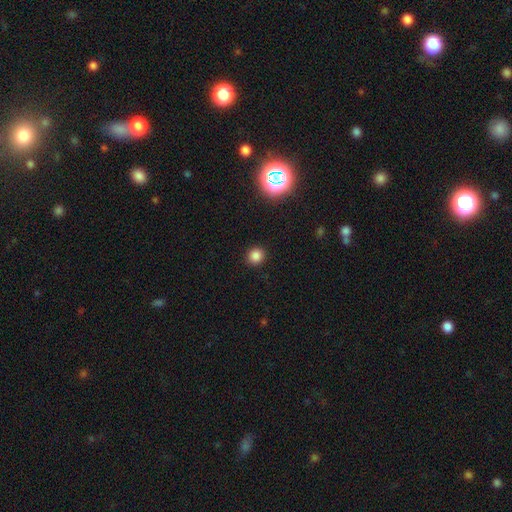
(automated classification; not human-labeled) A smooth galaxy with no disk features (81%) that is round (89%). Merging: none (92%).